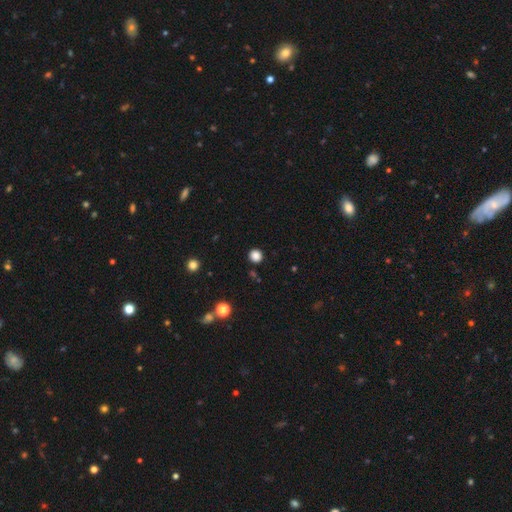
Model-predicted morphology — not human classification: smooth-or-featured: smooth: 85% | star or artifact: 12% | featured or disk: 3%
  how-rounded: round: 92% | in between: 7% | cigar-shaped: 1%
  merging: none: 91% | minor disturbance: 5% | major disturbance: 2% | merger: 2%